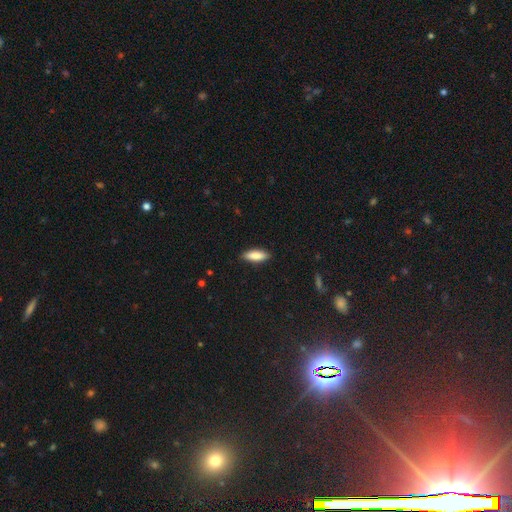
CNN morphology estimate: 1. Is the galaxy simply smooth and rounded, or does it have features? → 85% smooth, 9% featured or disk, 6% star or artifact.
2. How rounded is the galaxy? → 62% in between, 36% cigar-shaped, 2% round.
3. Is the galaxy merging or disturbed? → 88% none, 9% minor disturbance, 2% major disturbance, 1% merger.